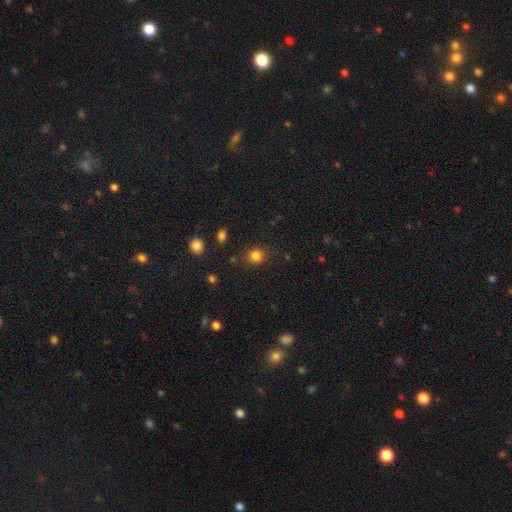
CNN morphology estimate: Smooth or featured: smooth — 83% (star or artifact — 12%)
How rounded: round — 84% (in between — 15%)
Merging: none — 83% (minor disturbance — 10%)